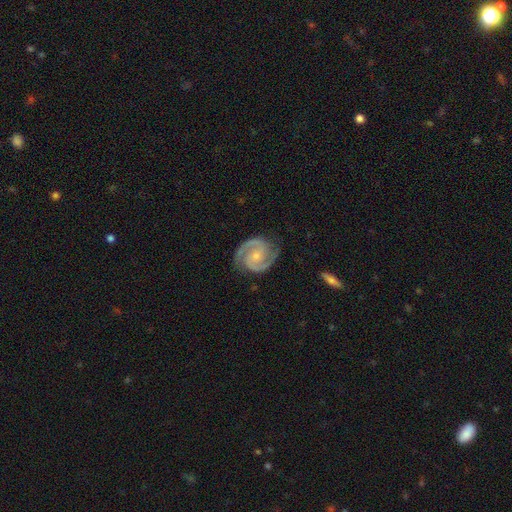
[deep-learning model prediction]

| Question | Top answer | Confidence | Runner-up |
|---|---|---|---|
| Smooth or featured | featured or disk | 93% | star or artifact (4%) |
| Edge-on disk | no | 98% | yes (2%) |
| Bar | no | 59% | weak (32%) |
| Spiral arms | yes | 99% | no (1%) |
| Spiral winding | tight | 49% | medium (46%) |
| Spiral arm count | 2 | 94% | 3 (2%) |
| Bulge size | small | 52% | moderate (38%) |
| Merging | none | 84% | minor disturbance (12%) |